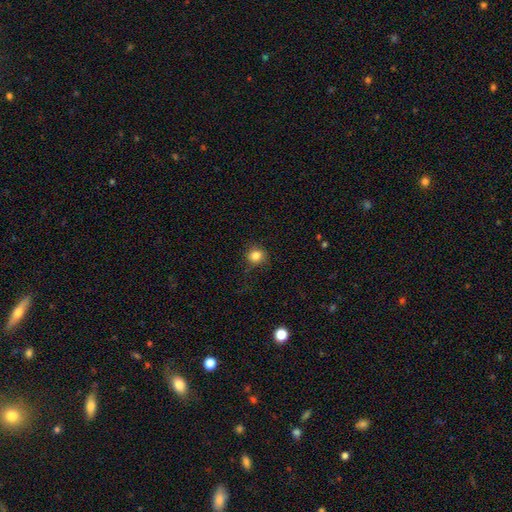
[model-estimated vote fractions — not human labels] Q: Smooth or featured?
A: smooth (84%); runner-up: star or artifact (11%)
Q: How rounded?
A: round (86%); runner-up: in between (13%)
Q: Merging?
A: none (83%); runner-up: minor disturbance (12%)